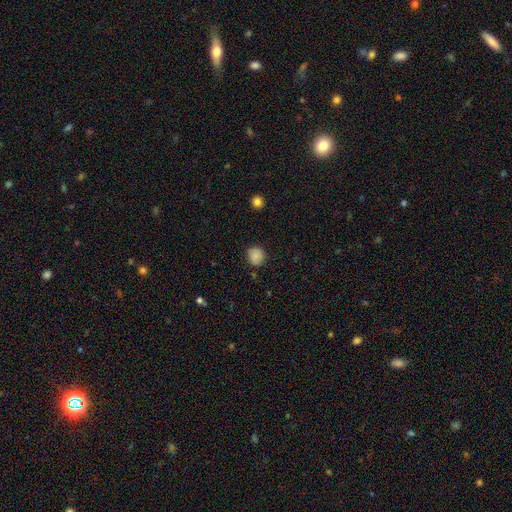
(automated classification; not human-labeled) Smooth or featured?
  - smooth: 85% *
  - star or artifact: 10%
  - featured or disk: 5%
How rounded?
  - round: 84% *
  - in between: 15%
  - cigar-shaped: 1%
Merging?
  - none: 84% *
  - minor disturbance: 12%
  - major disturbance: 3%
  - merger: 1%